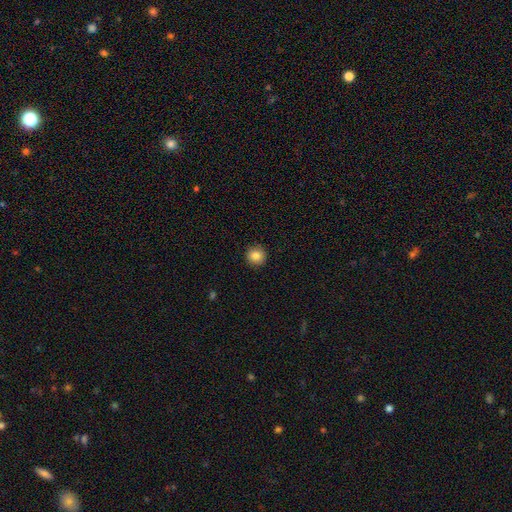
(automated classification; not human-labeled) A smooth galaxy with no disk features (85%) that is round (94%).

Vote fractions:
- Smooth or featured? smooth: 85% / star or artifact: 9% / featured or disk: 5%
- How rounded? round: 94% / in between: 5% / cigar-shaped: 1%
- Merging? none: 92% / minor disturbance: 6% / major disturbance: 2% / merger: 1%